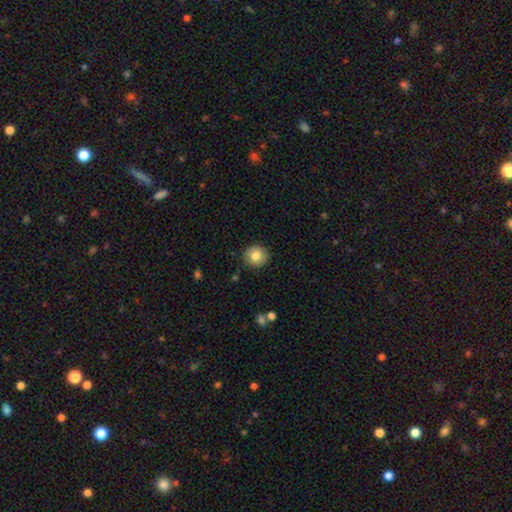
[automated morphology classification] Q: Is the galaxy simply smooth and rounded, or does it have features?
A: smooth — 81%.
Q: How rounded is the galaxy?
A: round — 88%.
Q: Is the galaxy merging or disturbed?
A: none — 88%.